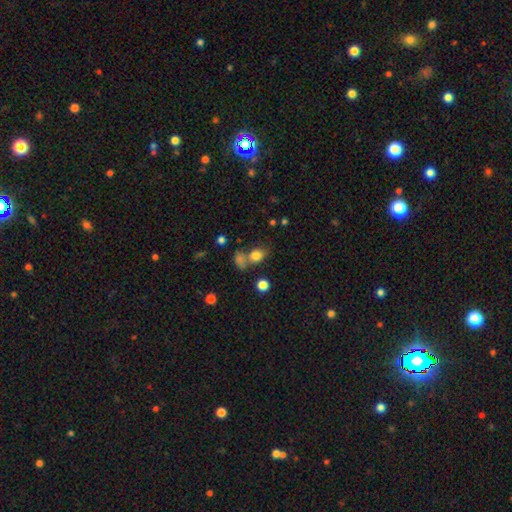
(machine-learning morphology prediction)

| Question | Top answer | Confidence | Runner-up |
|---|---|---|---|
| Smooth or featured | smooth | 78% | star or artifact (13%) |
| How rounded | in between | 56% | round (42%) |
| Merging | none | 49% | merger (30%) |